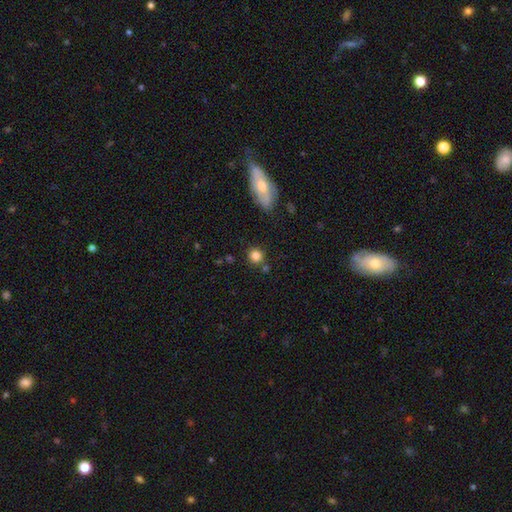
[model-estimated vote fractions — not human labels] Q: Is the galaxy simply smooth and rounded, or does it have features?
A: smooth — 83%.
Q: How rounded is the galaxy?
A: round — 90%.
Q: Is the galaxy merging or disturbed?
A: none — 80%.